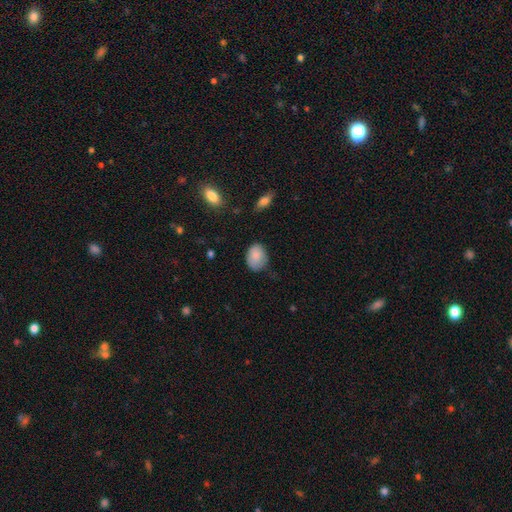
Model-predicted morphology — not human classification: Smooth or featured?
  - smooth: 86% *
  - star or artifact: 7%
  - featured or disk: 7%
How rounded?
  - in between: 71% *
  - round: 28%
  - cigar-shaped: 1%
Merging?
  - none: 66% *
  - minor disturbance: 27%
  - major disturbance: 6%
  - merger: 2%